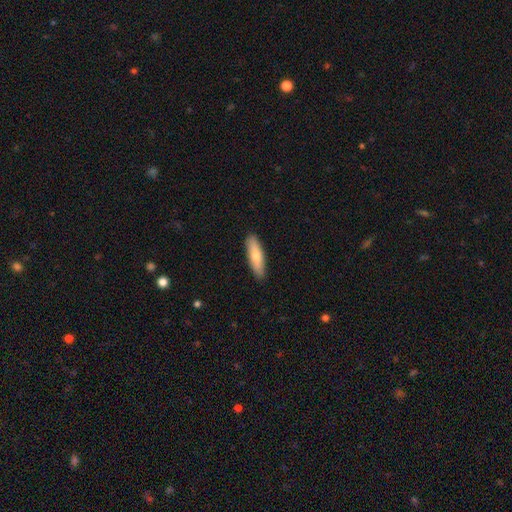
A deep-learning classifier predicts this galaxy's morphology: Smooth or featured? smooth (72%)
How rounded? cigar-shaped (61%)
Merging? none (89%)